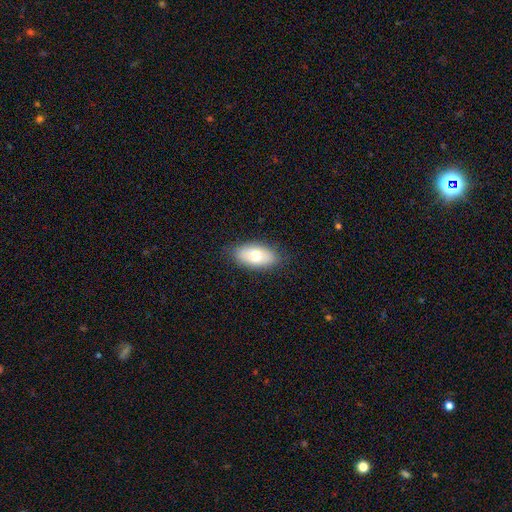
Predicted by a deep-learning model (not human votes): Smooth or featured? Predicted: smooth (p=0.71). How rounded? Predicted: in between (p=0.91). Merging? Predicted: none (p=0.85).